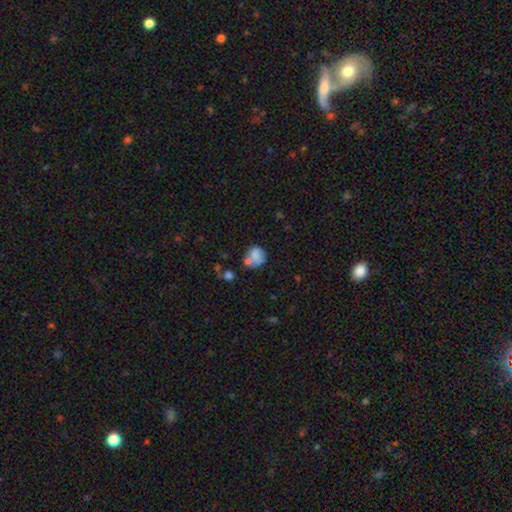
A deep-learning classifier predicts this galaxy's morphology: smooth 75%, featured or disk 15%, star or artifact 10%. Down the decision tree: how rounded — round (71%); merging — none (44%).